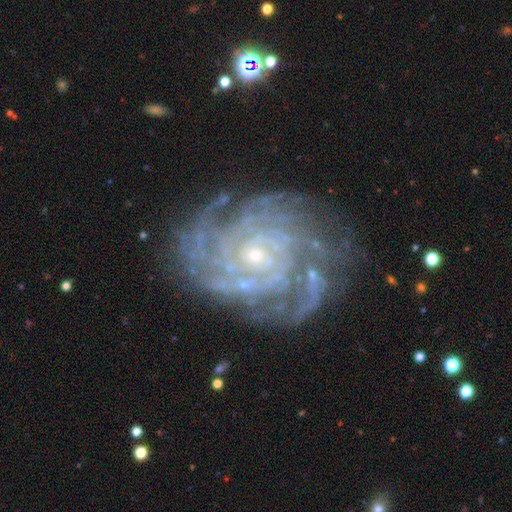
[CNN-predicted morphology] featured or disk 91%, star or artifact 6%, smooth 4%. Down the decision tree: edge-on disk — no (98%); bar — no (70%); spiral arms — yes (98%); spiral arm count — more than 4 (26%); spiral winding — tight (79%); bulge size — small (82%); merging — none (74%).